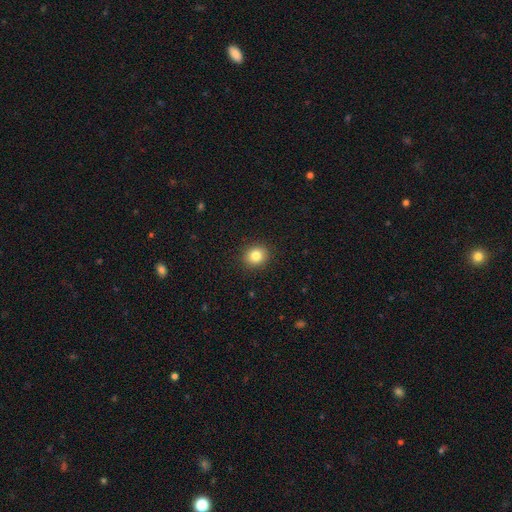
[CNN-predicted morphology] A smooth galaxy with no disk features (83%) that is round (76%).

Vote fractions:
- Smooth or featured? smooth: 83% / star or artifact: 11% / featured or disk: 7%
- How rounded? round: 76% / in between: 23% / cigar-shaped: 1%
- Merging? none: 91% / minor disturbance: 6% / major disturbance: 2% / merger: 1%